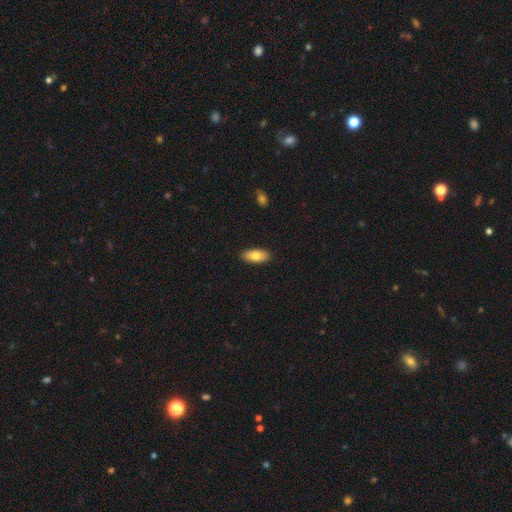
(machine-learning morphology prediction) This is clearly a smooth galaxy (81%). How rounded: clearly in between (88%). Merging: clearly none (90%).